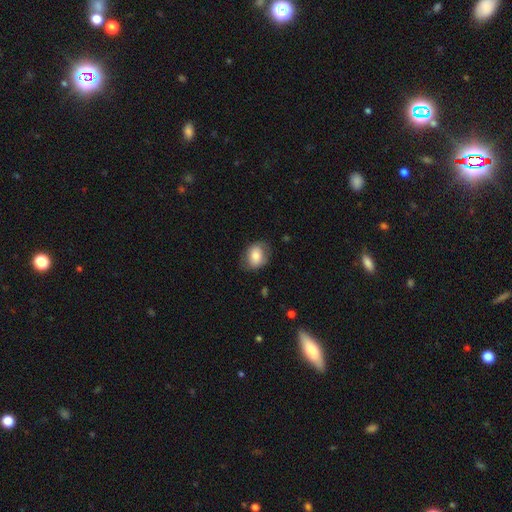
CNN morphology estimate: Q: Smooth or featured?
A: smooth (76%); runner-up: featured or disk (17%)
Q: How rounded?
A: in between (62%); runner-up: round (37%)
Q: Merging?
A: none (74%); runner-up: minor disturbance (19%)